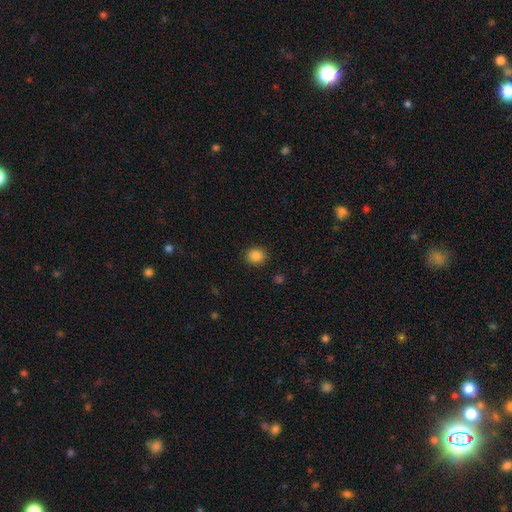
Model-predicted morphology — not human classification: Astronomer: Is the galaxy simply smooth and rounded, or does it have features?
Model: smooth — 86%.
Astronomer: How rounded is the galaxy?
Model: round — 81%.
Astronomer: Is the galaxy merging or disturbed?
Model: none — 90%.